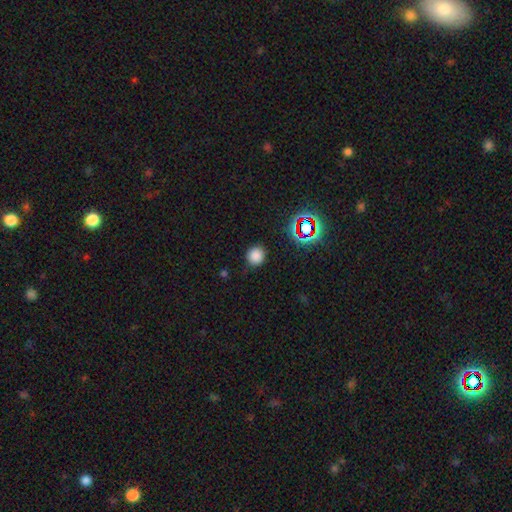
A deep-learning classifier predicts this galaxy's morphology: A smooth galaxy with no disk features (79%) that is round (91%). Merging: none (86%).